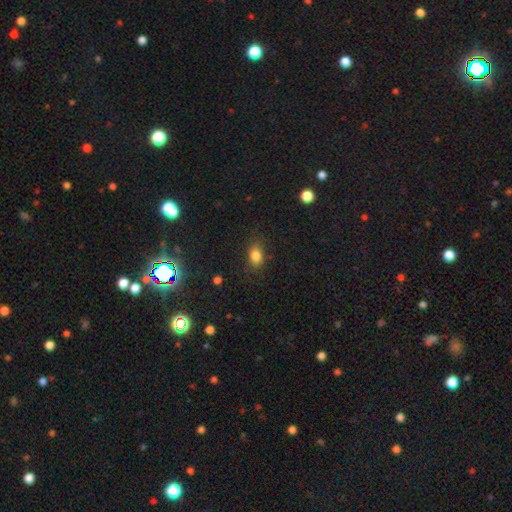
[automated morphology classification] A smooth galaxy with no disk features (82%) that is in between round and cigar-shaped (75%). Merging: none (80%).